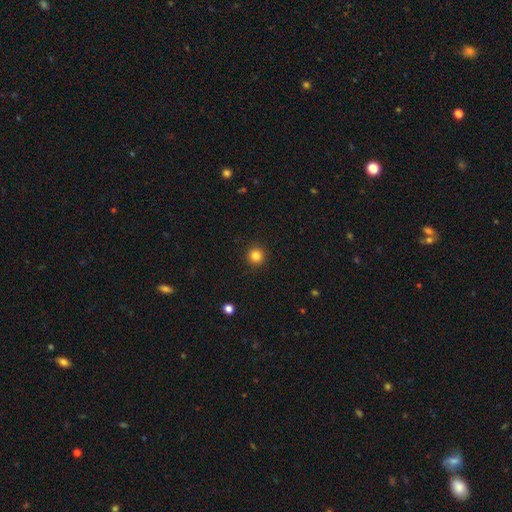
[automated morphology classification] A smooth galaxy with no disk features (84%) that is round (95%). Merging: none (92%).